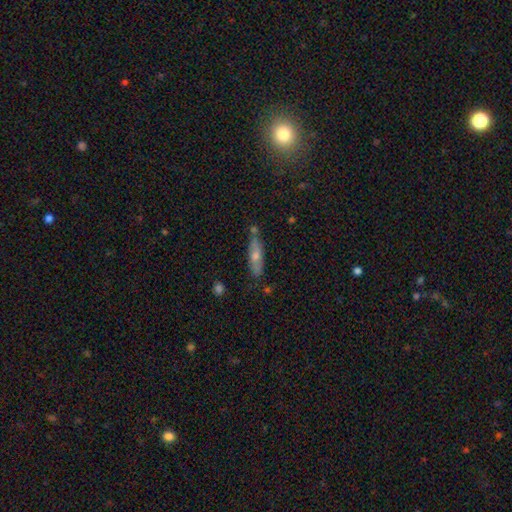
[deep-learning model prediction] smooth-or-featured: smooth: 58% | featured or disk: 35% | star or artifact: 7%
  how-rounded: cigar-shaped: 60% | in between: 37% | round: 3%
  merging: none: 66% | minor disturbance: 20% | merger: 10% | major disturbance: 4%